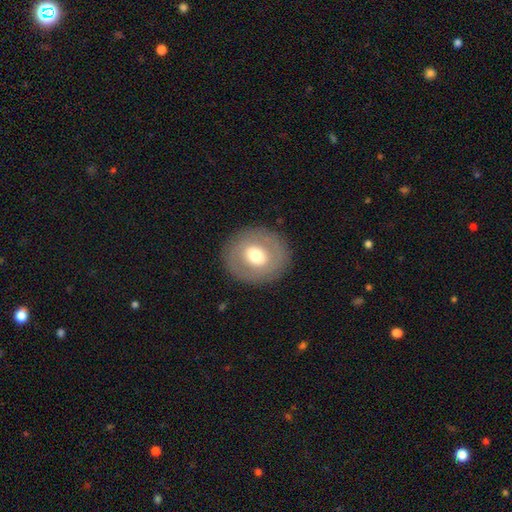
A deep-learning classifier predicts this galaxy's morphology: smooth_or_featured: smooth (p=0.57) [alt: featured or disk p=0.35]
how_rounded: round (p=0.83) [alt: in between p=0.16]
merging: none (p=0.87) [alt: minor disturbance p=0.08]